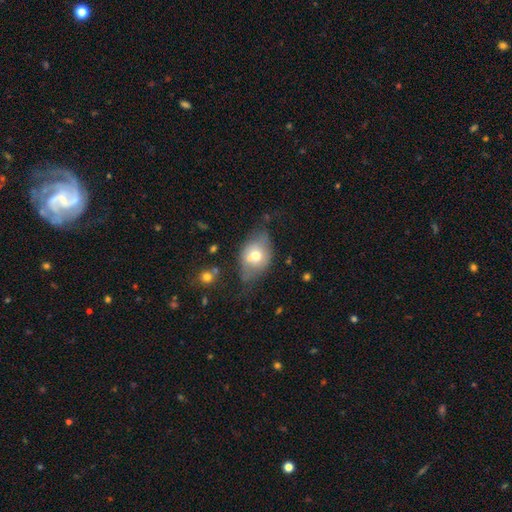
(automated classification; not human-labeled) Smooth or featured? smooth (61%)
How rounded? in between (70%)
Merging? none (46%)